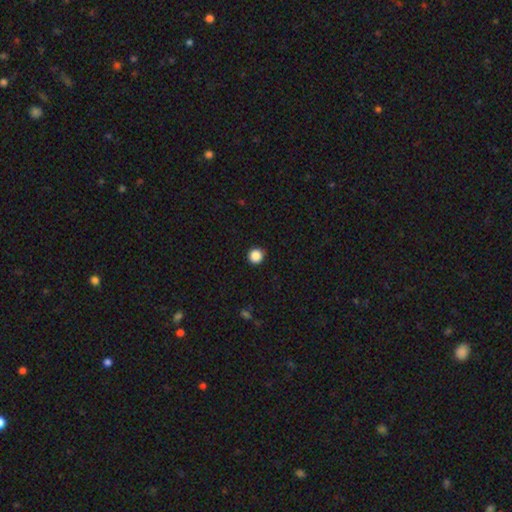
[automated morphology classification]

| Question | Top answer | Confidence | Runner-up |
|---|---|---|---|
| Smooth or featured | smooth | 87% | star or artifact (10%) |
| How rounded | round | 95% | in between (4%) |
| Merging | none | 92% | minor disturbance (5%) |